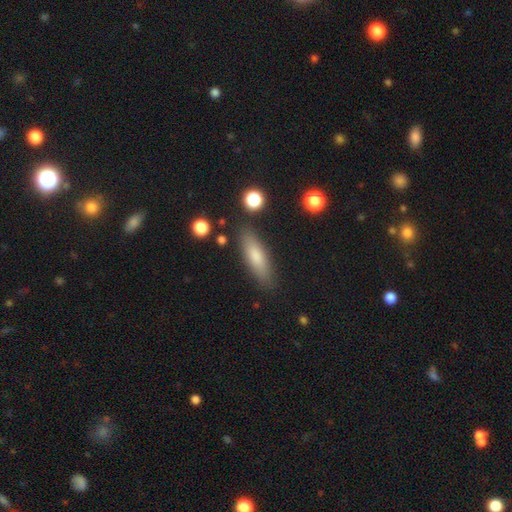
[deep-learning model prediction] smooth 74%, featured or disk 19%, star or artifact 8%. Down the decision tree: how rounded — cigar-shaped (55%); merging — none (85%).